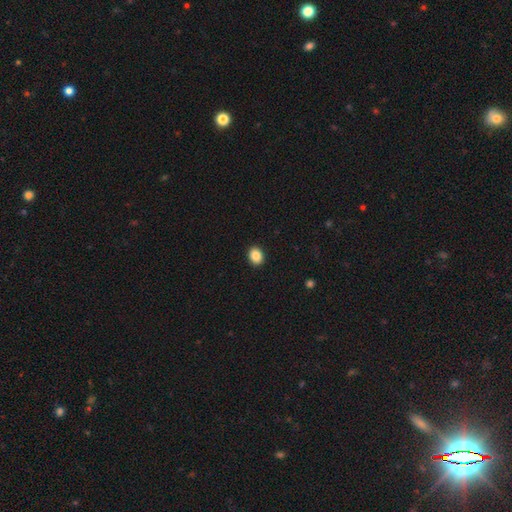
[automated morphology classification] Smooth or featured? Predicted: smooth (p=0.87). How rounded? Predicted: round (p=0.54). Merging? Predicted: none (p=0.92).